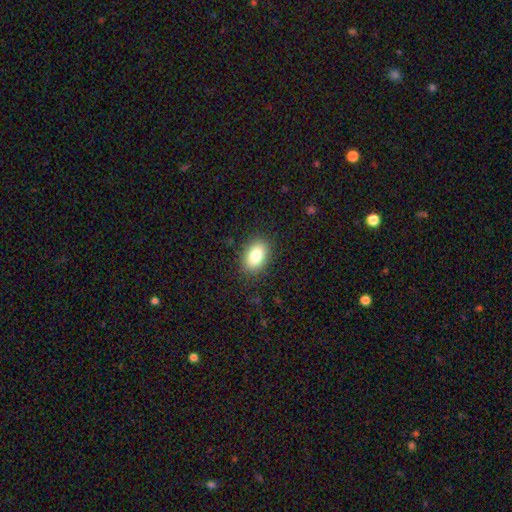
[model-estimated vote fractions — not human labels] Smooth or featured?
  - smooth: 83% *
  - featured or disk: 9%
  - star or artifact: 8%
How rounded?
  - in between: 86% *
  - round: 13%
  - cigar-shaped: 1%
Merging?
  - none: 86% *
  - minor disturbance: 10%
  - major disturbance: 3%
  - merger: 1%